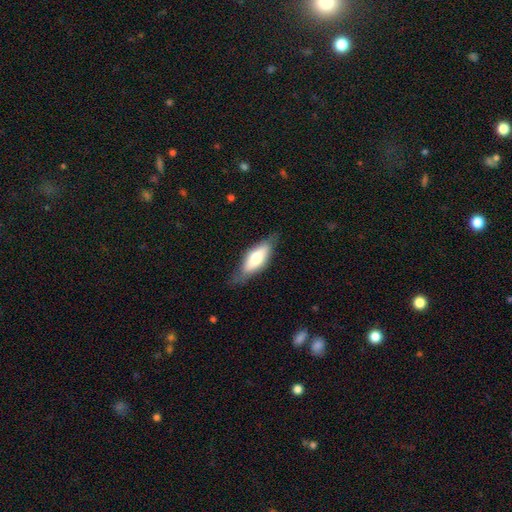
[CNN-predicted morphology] Smooth or featured? smooth (61%)
How rounded? in between (67%)
Merging? none (71%)